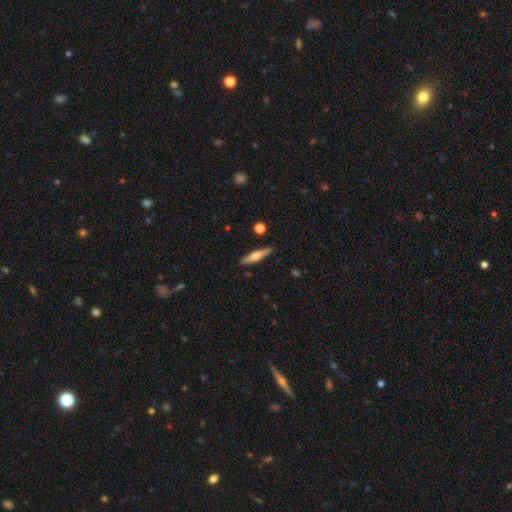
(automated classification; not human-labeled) smooth 51%, featured or disk 43%, star or artifact 6%. Down the decision tree: how rounded — cigar-shaped (81%); merging — none (86%).